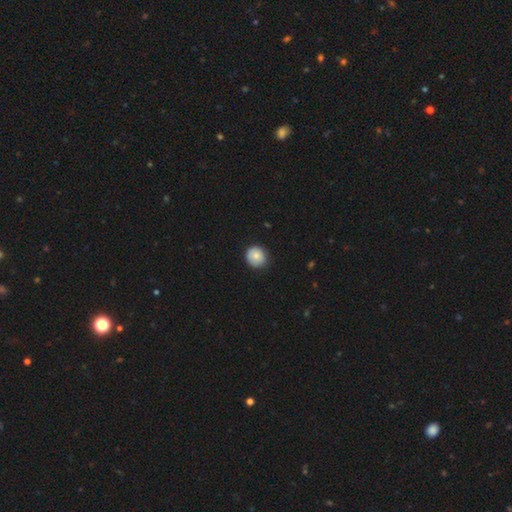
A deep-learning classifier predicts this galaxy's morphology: This appears to be a smooth galaxy with no disk features (79%) that is round (88%). Merging: none (82%).